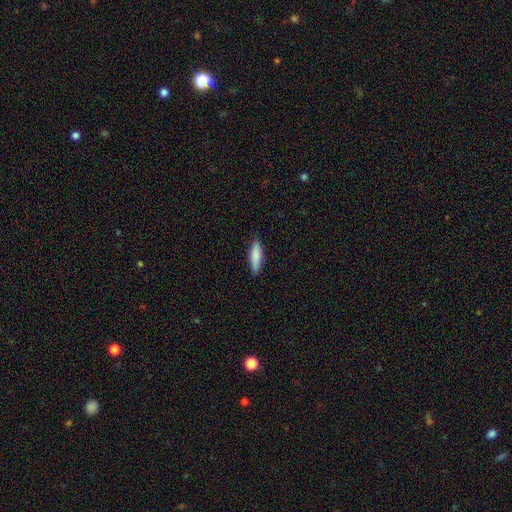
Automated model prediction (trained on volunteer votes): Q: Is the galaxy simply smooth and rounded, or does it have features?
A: smooth — 84%.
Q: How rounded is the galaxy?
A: cigar-shaped — 64%.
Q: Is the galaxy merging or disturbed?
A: none — 88%.